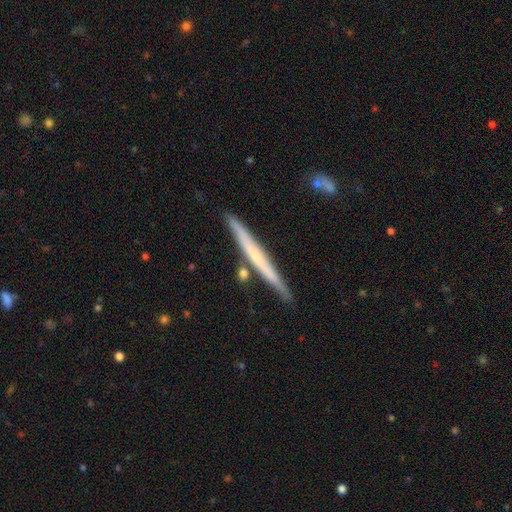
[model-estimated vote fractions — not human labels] Smooth or featured: featured or disk — 56% (smooth — 38%)
Edge-on disk: yes — 96% (no — 4%)
Edge-on bulge: none — 71% (rounded — 23%)
Merging: none — 84% (minor disturbance — 10%)